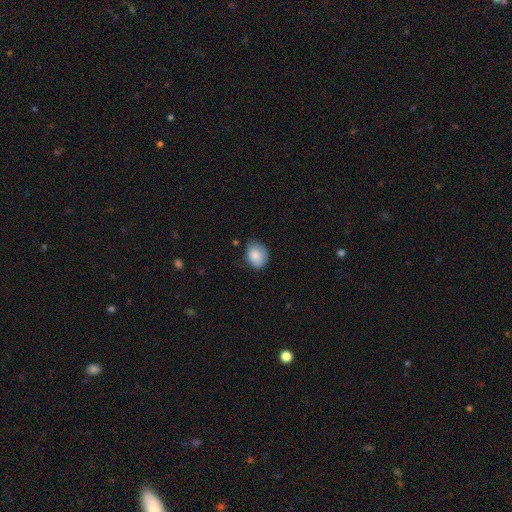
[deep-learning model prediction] A smooth galaxy with no disk features (85%) that is in between round and cigar-shaped (52%).

Vote fractions:
- Smooth or featured? smooth: 85% / featured or disk: 8% / star or artifact: 7%
- How rounded? in between: 52% / round: 47% / cigar-shaped: 1%
- Merging? none: 68% / minor disturbance: 26% / major disturbance: 5% / merger: 2%